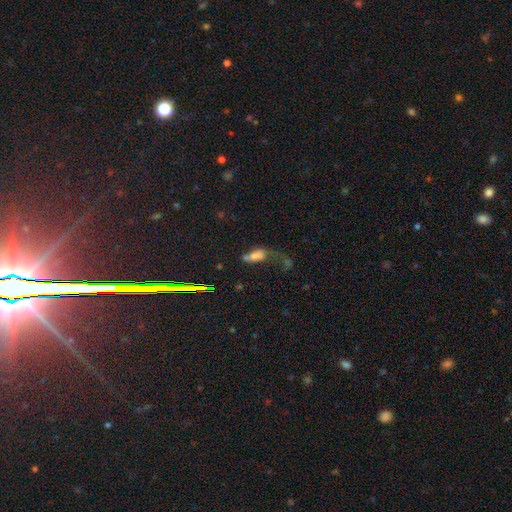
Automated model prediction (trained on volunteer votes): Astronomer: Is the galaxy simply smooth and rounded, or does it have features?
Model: smooth — 60%.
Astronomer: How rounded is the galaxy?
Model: in between — 81%.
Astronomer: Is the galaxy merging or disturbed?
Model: merger — 36% (runner-up: major disturbance, 33%).